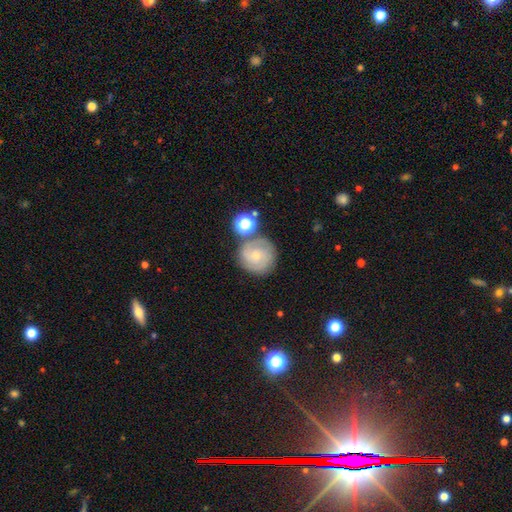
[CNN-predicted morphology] smooth-or-featured: featured or disk: 57% | smooth: 33% | star or artifact: 10%
  disk-edge-on: no: 97% | yes: 3%
    bar: no: 73% | weak: 23% | strong: 4%
    has-spiral-arms: yes: 87% | no: 13%
    bulge-size: small: 70% | moderate: 24% | none: 3% | large: 2% | dominant: 1%
  merging: none: 68% | minor disturbance: 14% | merger: 13% | major disturbance: 5%